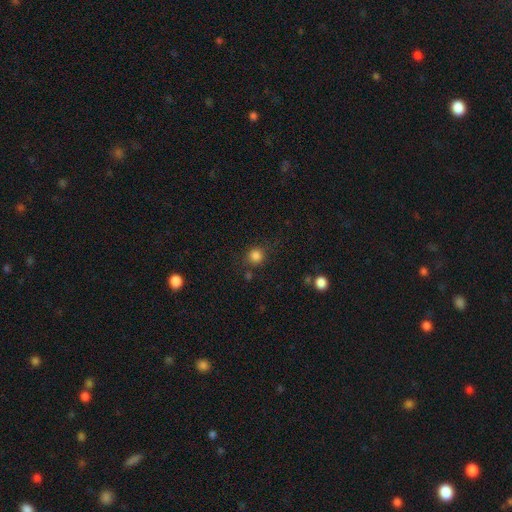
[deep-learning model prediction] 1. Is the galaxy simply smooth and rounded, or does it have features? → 83% smooth, 13% star or artifact, 4% featured or disk.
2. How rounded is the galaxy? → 90% round, 9% in between, 1% cigar-shaped.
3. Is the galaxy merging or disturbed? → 81% none, 11% minor disturbance, 4% major disturbance, 4% merger.